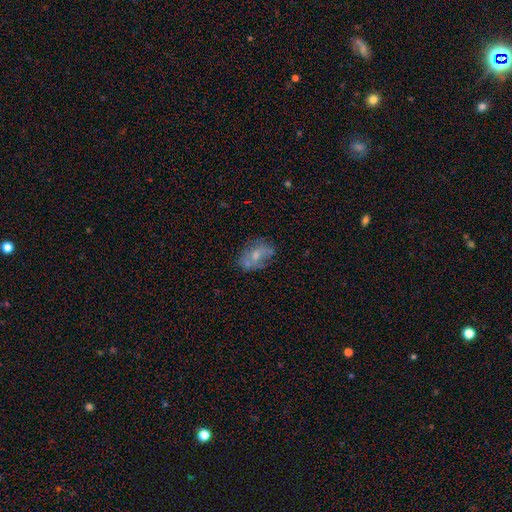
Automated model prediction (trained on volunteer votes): The model was most divided on "smooth or featured": smooth: 46%, featured or disk: 44%, star or artifact: 10%. More confident: merging — none (56%).